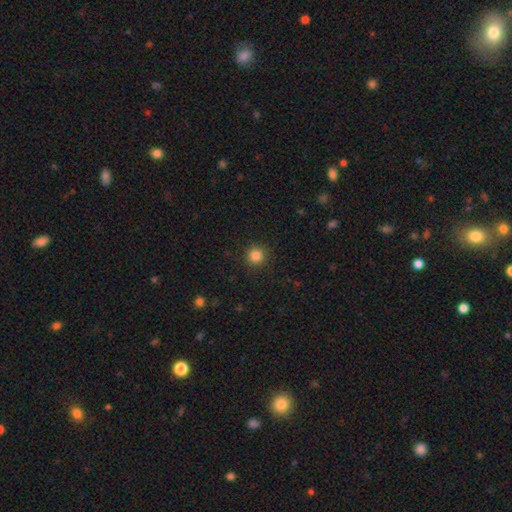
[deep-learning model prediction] Smooth or featured? smooth (85%)
How rounded? round (95%)
Merging? none (91%)